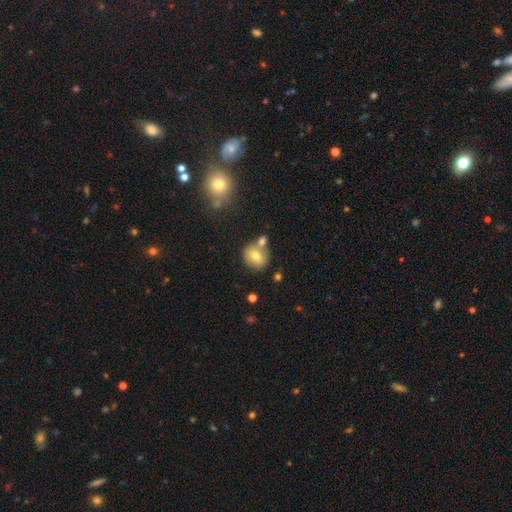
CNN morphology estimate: smooth_or_featured: smooth (p=0.70) [alt: featured or disk p=0.20]
how_rounded: round (p=0.77) [alt: in between p=0.22]
merging: none (p=0.56) [alt: merger p=0.29]